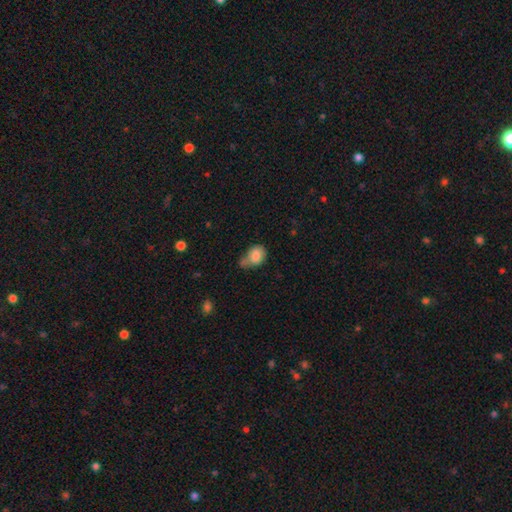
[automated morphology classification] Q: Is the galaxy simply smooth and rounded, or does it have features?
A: smooth — 80%.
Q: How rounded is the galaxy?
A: in between — 65%.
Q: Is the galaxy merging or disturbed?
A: minor disturbance — 37%.